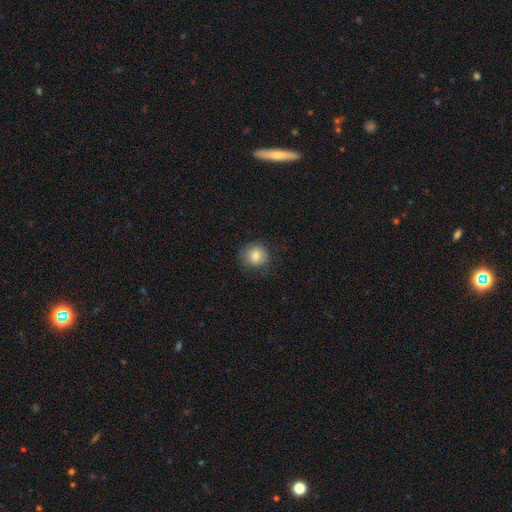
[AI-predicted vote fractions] A smooth galaxy with no disk features (78%) that is round (91%).

Vote fractions:
- Smooth or featured? smooth: 78% / featured or disk: 13% / star or artifact: 10%
- How rounded? round: 91% / in between: 8% / cigar-shaped: 1%
- Merging? none: 80% / minor disturbance: 14% / major disturbance: 5% / merger: 1%